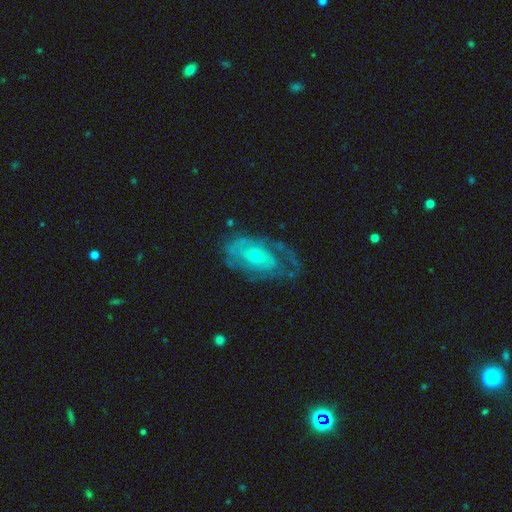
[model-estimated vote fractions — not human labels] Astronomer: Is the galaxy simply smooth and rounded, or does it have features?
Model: featured or disk — 72%.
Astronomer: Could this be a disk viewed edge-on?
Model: no — 94%.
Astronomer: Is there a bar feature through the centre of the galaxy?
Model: no — 74%.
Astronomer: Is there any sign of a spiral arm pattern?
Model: yes — 69%.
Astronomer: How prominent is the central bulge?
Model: small — 68%.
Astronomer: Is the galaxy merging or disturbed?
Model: none — 49% (runner-up: minor disturbance, 25%).